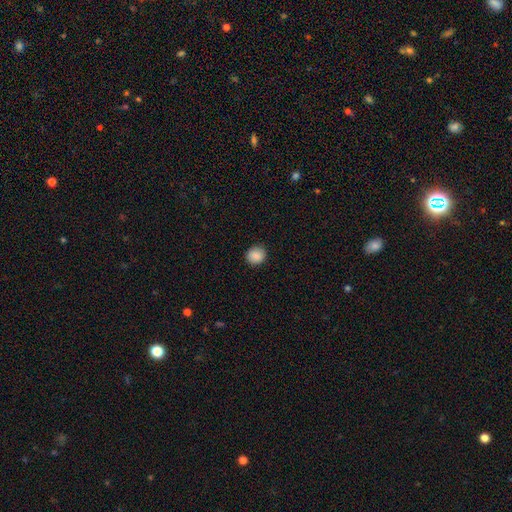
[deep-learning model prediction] This is clearly a smooth galaxy (89%). How rounded: clearly round (84%). Merging: clearly none (90%).